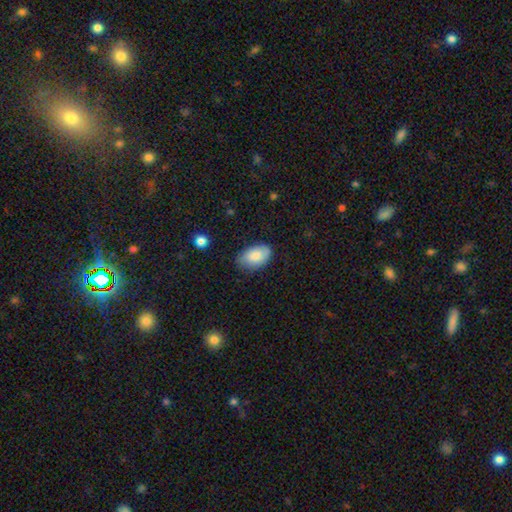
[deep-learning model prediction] This is likely a smooth galaxy (80%). How rounded: clearly in between (91%). Merging: likely none (74%).